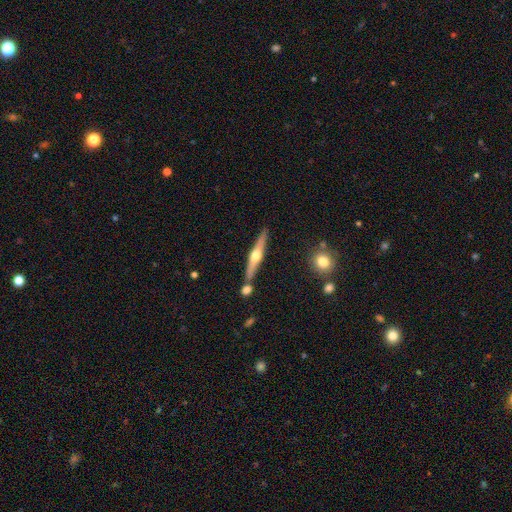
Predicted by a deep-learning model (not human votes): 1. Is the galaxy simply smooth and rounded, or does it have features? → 68% featured or disk, 27% smooth, 5% star or artifact.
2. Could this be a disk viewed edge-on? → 97% yes, 3% no.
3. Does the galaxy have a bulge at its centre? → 93% rounded, 4% none, 3% boxy.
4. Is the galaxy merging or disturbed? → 79% none, 9% minor disturbance, 9% merger, 2% major disturbance.